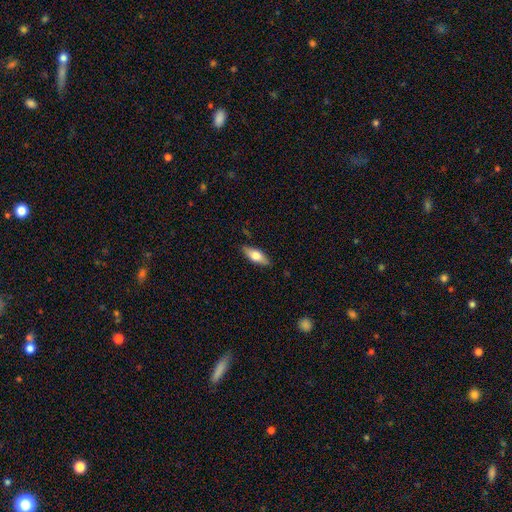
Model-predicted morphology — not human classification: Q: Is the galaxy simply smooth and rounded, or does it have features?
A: smooth — 64%.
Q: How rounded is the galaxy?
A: in between — 69%.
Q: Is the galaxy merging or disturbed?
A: none — 84%.